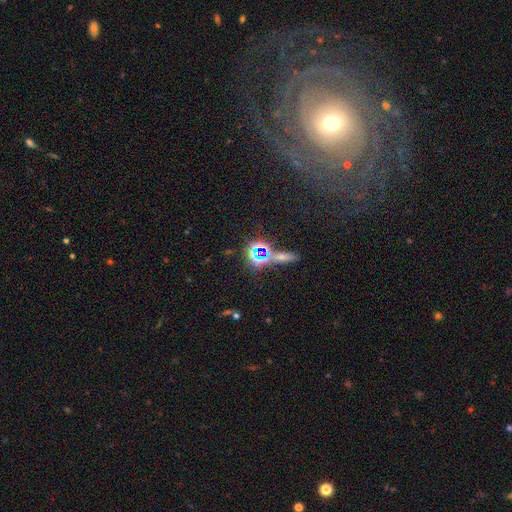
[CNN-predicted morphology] Smooth or featured? star or artifact (41%)